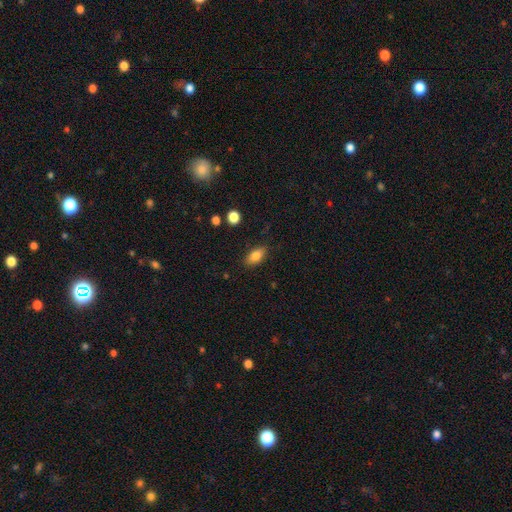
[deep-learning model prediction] Smooth or featured?
  - smooth: 82% *
  - featured or disk: 9%
  - star or artifact: 8%
How rounded?
  - in between: 87% *
  - cigar-shaped: 8%
  - round: 5%
Merging?
  - none: 84% *
  - minor disturbance: 12%
  - major disturbance: 3%
  - merger: 1%